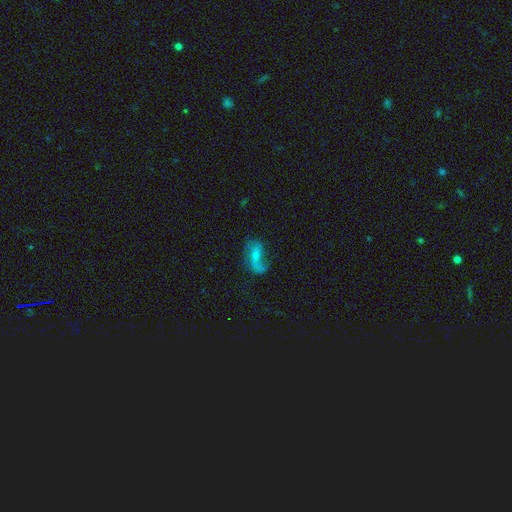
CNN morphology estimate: This is likely a featured or disk galaxy (63%). It is clearly not viewed edge-on (94%). Bar: possibly no (49%). Spiral arm pattern: clearly yes (83%). Central bulge: possibly small (57%). Merging: possibly none (51%).